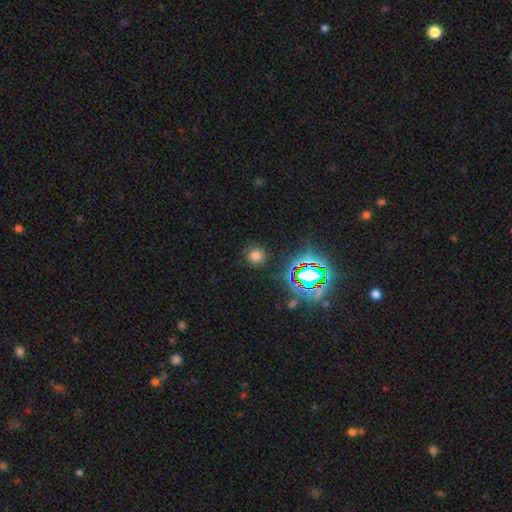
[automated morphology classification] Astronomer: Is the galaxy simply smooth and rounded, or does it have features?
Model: smooth — 69%.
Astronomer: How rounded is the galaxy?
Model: round — 92%.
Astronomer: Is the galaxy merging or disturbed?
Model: none — 86%.